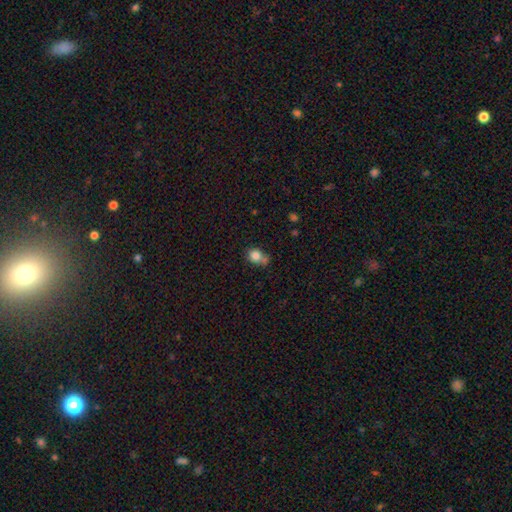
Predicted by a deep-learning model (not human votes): smooth_or_featured: smooth (p=0.81) [alt: star or artifact p=0.11]
how_rounded: round (p=0.57) [alt: in between p=0.42]
merging: none (p=0.46) [alt: minor disturbance p=0.24]